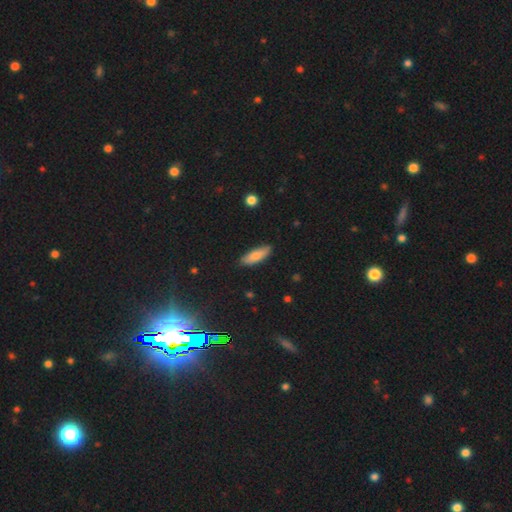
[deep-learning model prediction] smooth 78%, featured or disk 16%, star or artifact 6%. Down the decision tree: how rounded — in between (60%); merging — none (86%).